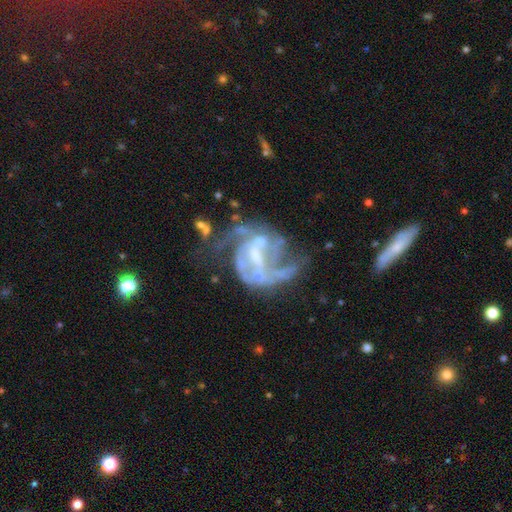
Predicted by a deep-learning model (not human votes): Morphology: type=featured or disk (85%); edge-on=no (98%); bar=weak (46%); spiral arms=yes (83%); winding=medium (44%); arm count=2 (47%); bulge=small (41%); merging=major disturbance (38%).